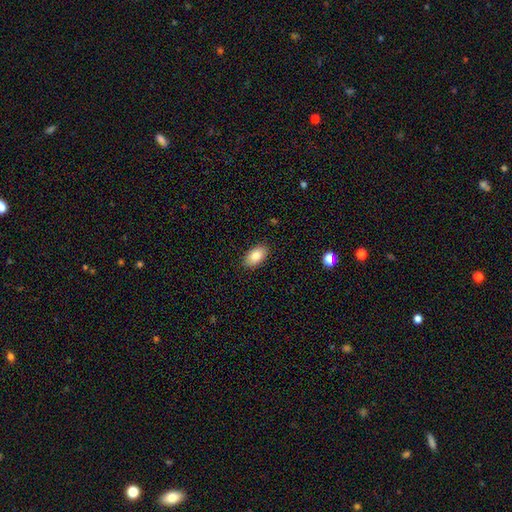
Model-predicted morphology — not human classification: This appears to be a smooth galaxy with no disk features (85%) that is in between round and cigar-shaped (94%). Merging: none (89%).